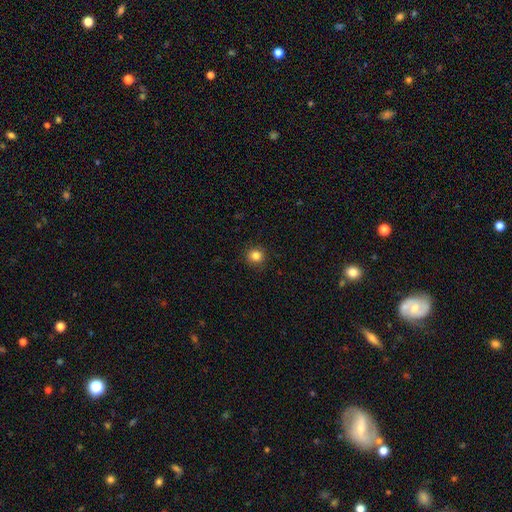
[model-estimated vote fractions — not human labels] smooth 83%, star or artifact 12%, featured or disk 5%. Down the decision tree: how rounded — round (93%); merging — none (91%).